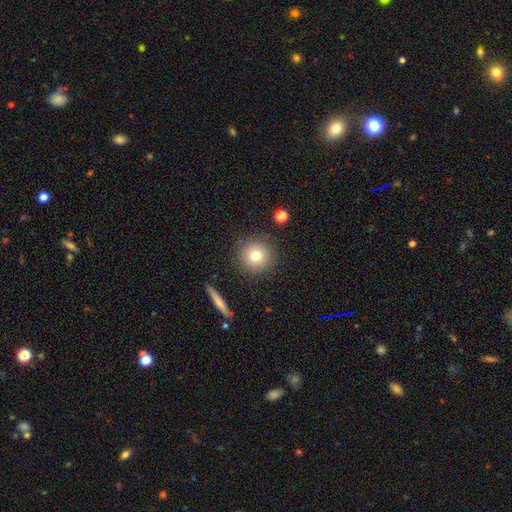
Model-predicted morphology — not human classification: smooth_or_featured: smooth (p=0.77) [alt: featured or disk p=0.12]
how_rounded: round (p=0.94) [alt: in between p=0.05]
merging: none (p=0.88) [alt: minor disturbance p=0.07]